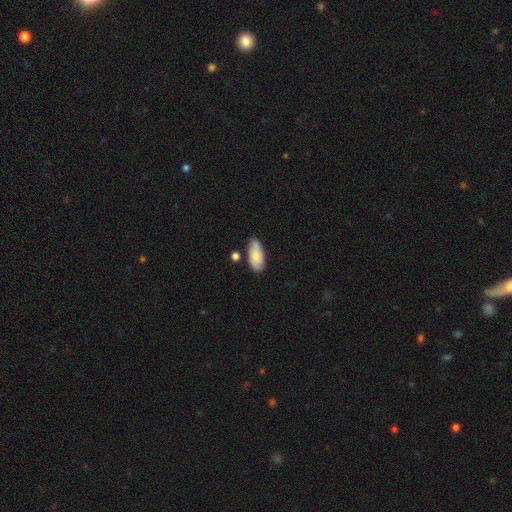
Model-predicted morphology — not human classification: Q: Smooth or featured?
A: smooth (80%); runner-up: featured or disk (14%)
Q: How rounded?
A: in between (88%); runner-up: cigar-shaped (9%)
Q: Merging?
A: none (66%); runner-up: minor disturbance (21%)